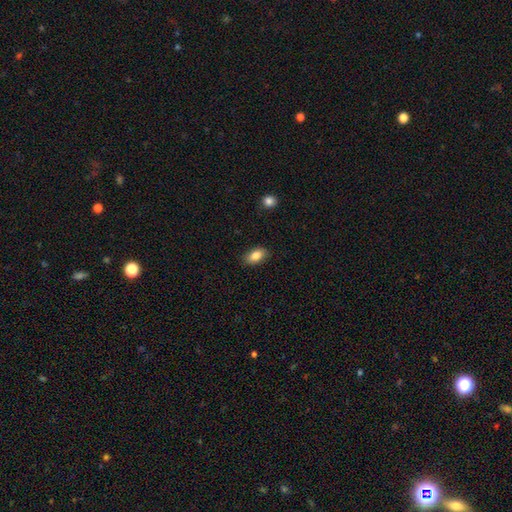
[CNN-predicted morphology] type=smooth (85%); roundness=in between (90%); merging=none (87%).